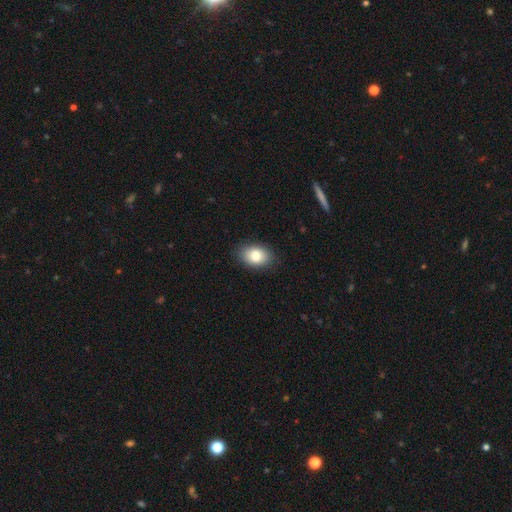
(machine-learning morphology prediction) This is clearly a smooth galaxy (81%). How rounded: clearly in between (82%). Merging: clearly none (87%).